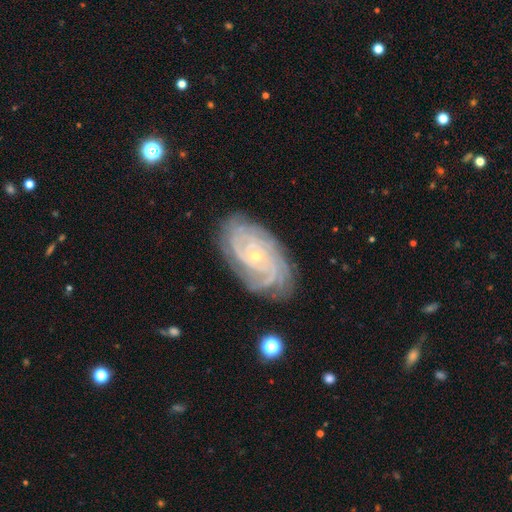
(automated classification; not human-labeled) Overall: featured or disk (89%). Edge-on disk: no (96%). Bar: no (73%). Spiral arms: yes (98%). Spiral arm count: 4 (28%; 3 21%). Spiral winding: tight (77%). Bulge size: small (78%). Merging: none (79%).